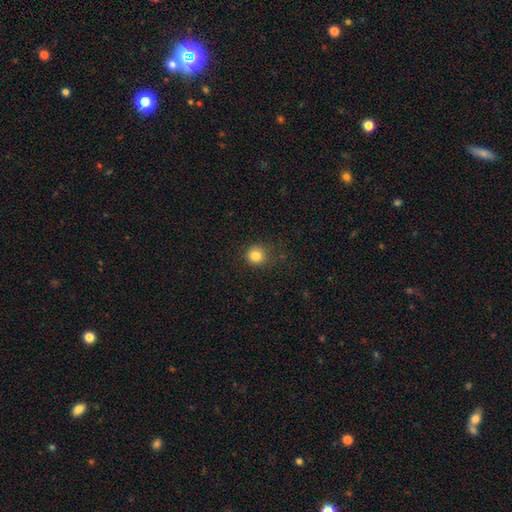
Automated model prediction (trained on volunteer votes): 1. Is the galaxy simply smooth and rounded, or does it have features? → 83% smooth, 12% star or artifact, 5% featured or disk.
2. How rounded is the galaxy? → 92% round, 7% in between, 1% cigar-shaped.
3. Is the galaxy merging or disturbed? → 83% none, 12% minor disturbance, 4% major disturbance, 1% merger.